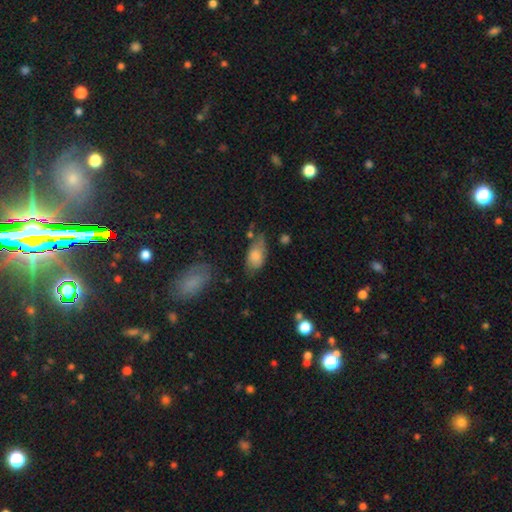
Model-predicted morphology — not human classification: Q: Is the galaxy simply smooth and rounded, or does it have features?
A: smooth — 72%.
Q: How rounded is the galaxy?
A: in between — 90%.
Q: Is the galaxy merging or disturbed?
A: none — 49%.